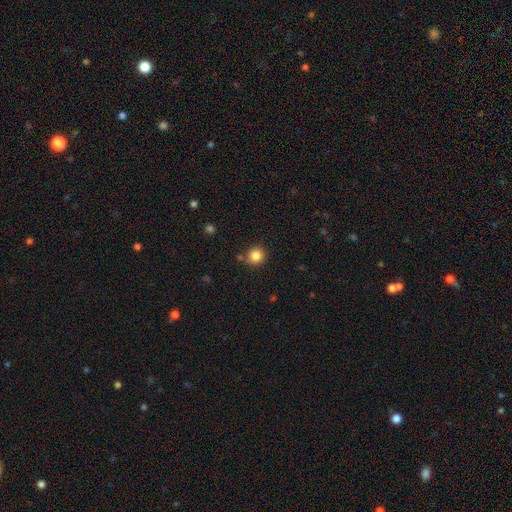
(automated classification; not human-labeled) This appears to be a smooth galaxy with no disk features (85%) that is round (91%). Merging: none (81%).